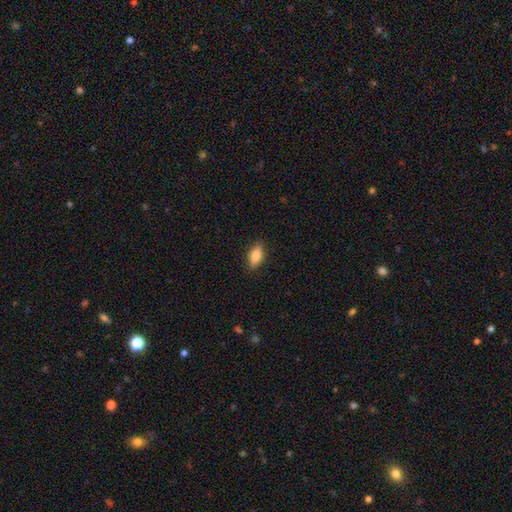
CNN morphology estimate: type=smooth (81%); roundness=in between (85%); merging=none (85%).